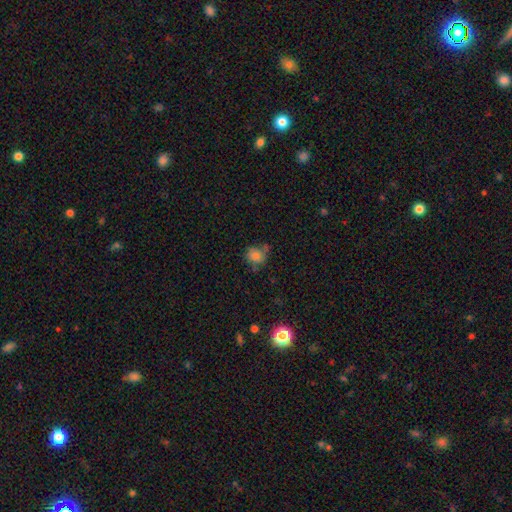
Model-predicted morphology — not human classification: A smooth galaxy with no disk features (76%) that is round (70%). Merging: none (53%).